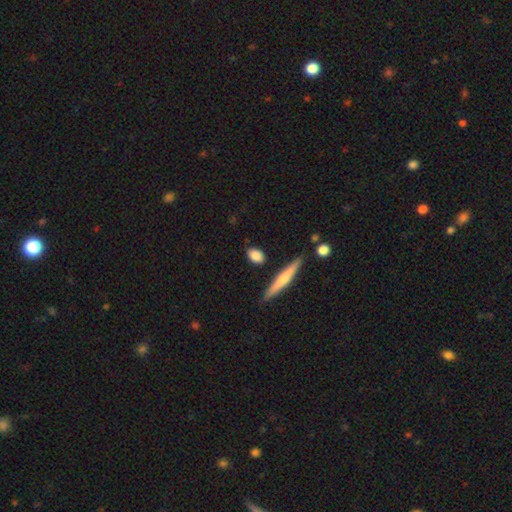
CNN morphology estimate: A smooth galaxy with no disk features (83%) that is in between round and cigar-shaped (70%).

Vote fractions:
- Smooth or featured? smooth: 83% / featured or disk: 10% / star or artifact: 6%
- How rounded? in between: 70% / round: 17% / cigar-shaped: 14%
- Merging? none: 82% / minor disturbance: 12% / merger: 3% / major disturbance: 3%